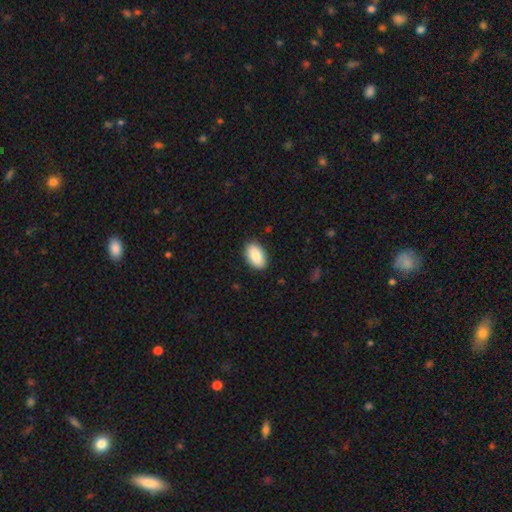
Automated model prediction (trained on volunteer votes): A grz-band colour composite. It shows a smooth galaxy with no disk features (85%) that is in between round and cigar-shaped (92%). Merging: none (88%).